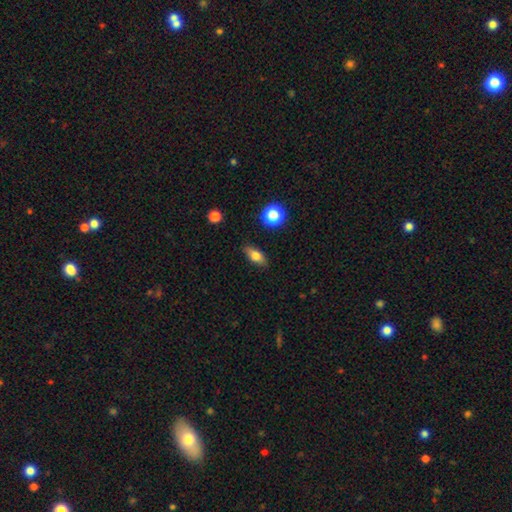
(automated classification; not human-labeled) Smooth or featured: smooth — 73% (featured or disk — 18%)
How rounded: in between — 75% (cigar-shaped — 17%)
Merging: none — 85% (minor disturbance — 11%)